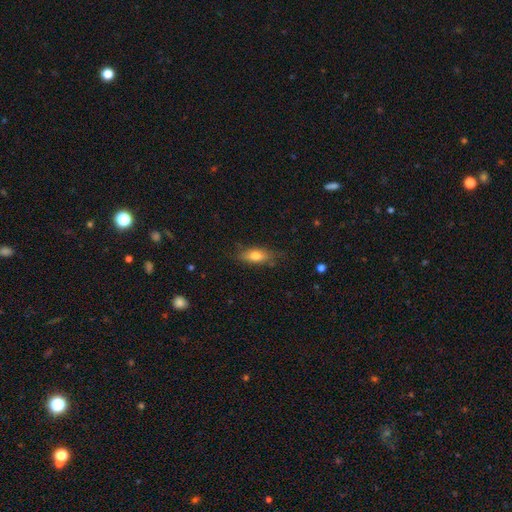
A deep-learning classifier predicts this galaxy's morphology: A smooth galaxy with no disk features (73%) that is in between round and cigar-shaped (74%). Merging: none (70%).